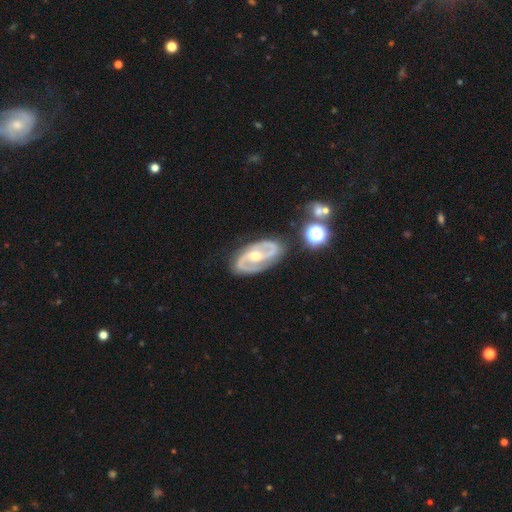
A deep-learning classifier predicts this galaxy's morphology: A featured or disk galaxy (89%) with a weak bar (35%), 2 (91%) medium (51%) spiral arms (94%) and a moderate central bulge (62%).

Vote fractions:
- Smooth or featured? featured or disk: 89% / smooth: 6% / star or artifact: 5%
- Edge-on disk? no: 96% / yes: 4%
- Bar? weak: 35% / strong: 33% / no: 32%
- Spiral arms? yes: 94% / no: 6%
- Spiral winding? medium: 51% / tight: 35% / loose: 14%
- Spiral arm count? 2: 91% / can't tell: 4% / 1: 1% / 3: 1% / 4: 1% / more than 4: 1%
- Bulge size? moderate: 62% / small: 34% / large: 3% / none: 1% / dominant: 1%
- Merging? none: 82% / minor disturbance: 12% / major disturbance: 4% / merger: 2%